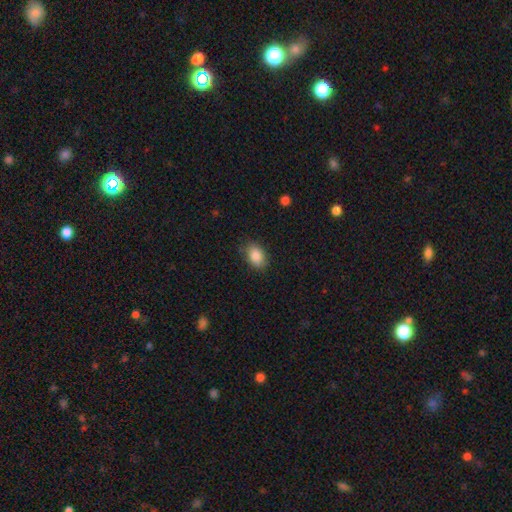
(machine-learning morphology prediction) Smooth or featured: smooth — 88% (star or artifact — 7%)
How rounded: in between — 84% (round — 15%)
Merging: none — 82% (minor disturbance — 13%)